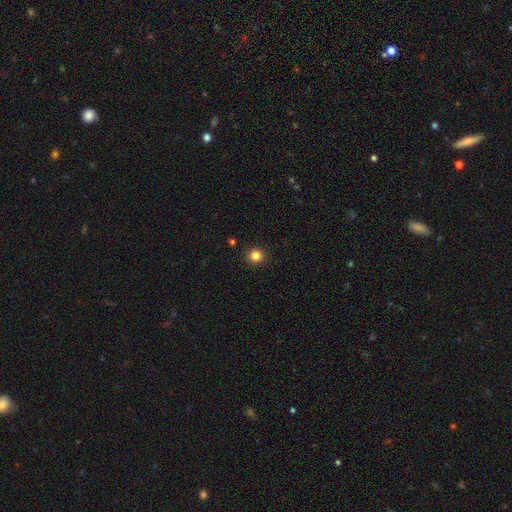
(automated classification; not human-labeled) smooth-or-featured: smooth: 83% | star or artifact: 12% | featured or disk: 4%
  how-rounded: round: 91% | in between: 8% | cigar-shaped: 1%
  merging: none: 92% | minor disturbance: 5% | major disturbance: 2% | merger: 1%